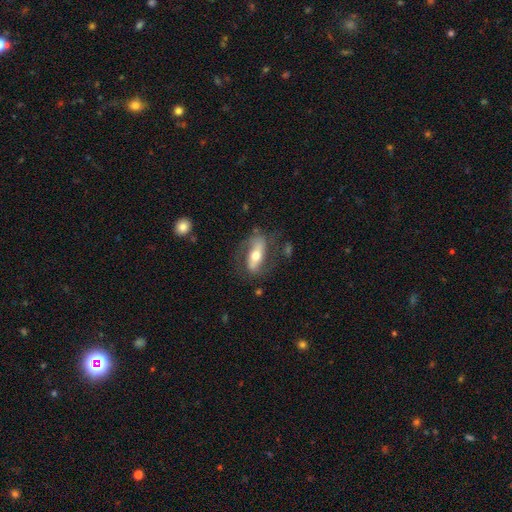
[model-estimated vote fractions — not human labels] Smooth or featured? featured or disk (62%)
Edge-on disk? no (79%)
Merging? none (66%)